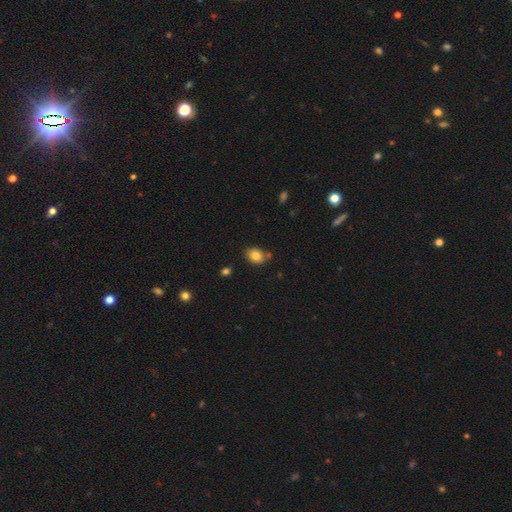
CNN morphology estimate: Smooth or featured? smooth (82%)
How rounded? in between (63%)
Merging? none (76%)